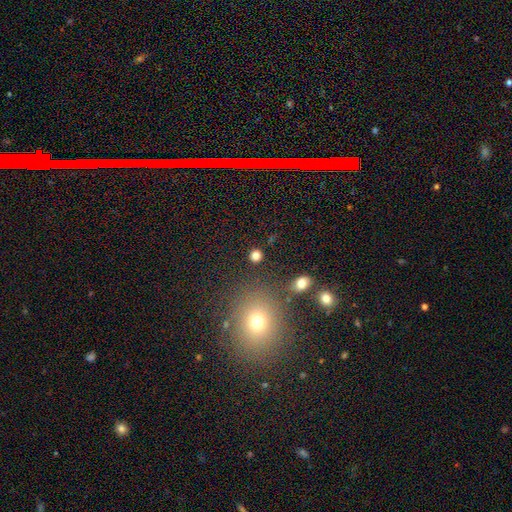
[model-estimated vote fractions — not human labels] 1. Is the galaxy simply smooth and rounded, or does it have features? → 81% smooth, 14% star or artifact, 5% featured or disk.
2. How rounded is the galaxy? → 87% round, 11% in between, 1% cigar-shaped.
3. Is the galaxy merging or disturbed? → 87% none, 7% minor disturbance, 4% merger, 3% major disturbance.